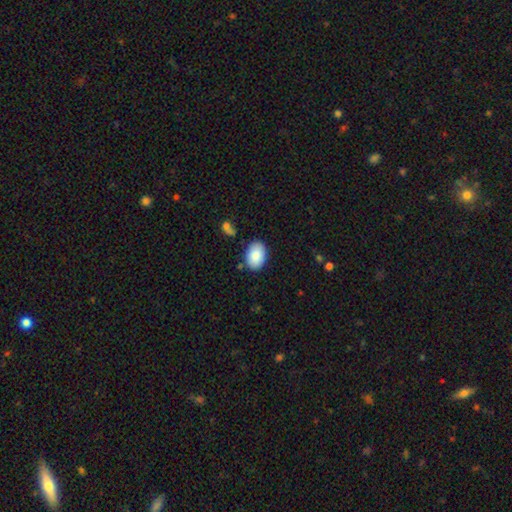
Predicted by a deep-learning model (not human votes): smooth 86%, featured or disk 8%, star or artifact 6%. Down the decision tree: how rounded — in between (86%); merging — none (84%).